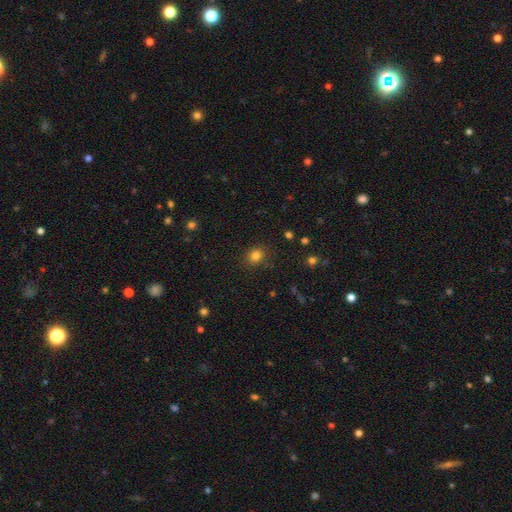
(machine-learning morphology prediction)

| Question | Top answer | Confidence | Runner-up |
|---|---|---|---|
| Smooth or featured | smooth | 81% | star or artifact (13%) |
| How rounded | round | 61% | in between (38%) |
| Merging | none | 86% | minor disturbance (10%) |